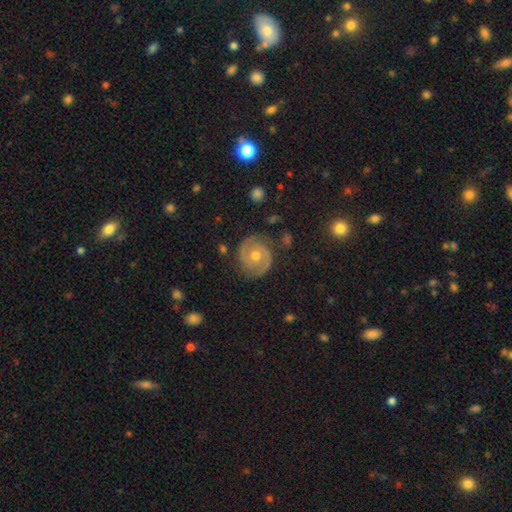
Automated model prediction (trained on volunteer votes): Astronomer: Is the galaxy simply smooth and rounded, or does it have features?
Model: featured or disk — 84%.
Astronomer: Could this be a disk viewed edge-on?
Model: no — 98%.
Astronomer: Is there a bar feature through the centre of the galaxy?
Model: no — 71%.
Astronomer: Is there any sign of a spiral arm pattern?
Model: yes — 95%.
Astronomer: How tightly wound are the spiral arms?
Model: tight — 55% (runner-up: medium, 38%).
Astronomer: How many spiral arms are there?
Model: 2 — 91%.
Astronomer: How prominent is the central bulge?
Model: moderate — 70%.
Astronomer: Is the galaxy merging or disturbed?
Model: none — 84%.